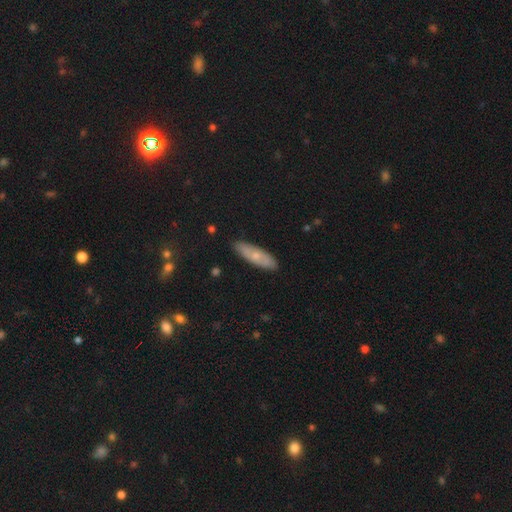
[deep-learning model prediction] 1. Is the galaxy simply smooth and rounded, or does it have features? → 57% smooth, 36% featured or disk, 6% star or artifact.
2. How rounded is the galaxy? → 52% cigar-shaped, 45% in between, 2% round.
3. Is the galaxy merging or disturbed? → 87% none, 10% minor disturbance, 2% major disturbance, 1% merger.